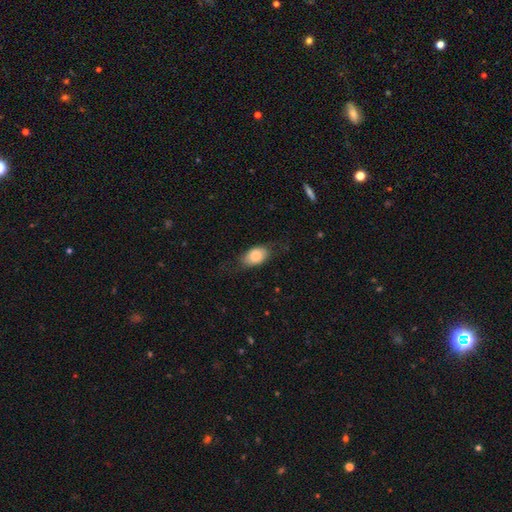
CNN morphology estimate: type=smooth (80%); roundness=in between (86%); merging=none (71%).